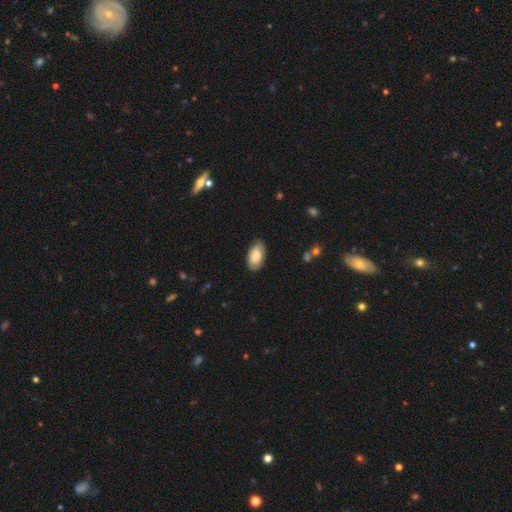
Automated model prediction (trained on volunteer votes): A smooth galaxy with no disk features (73%) that is in between round and cigar-shaped (95%). Merging: none (83%).